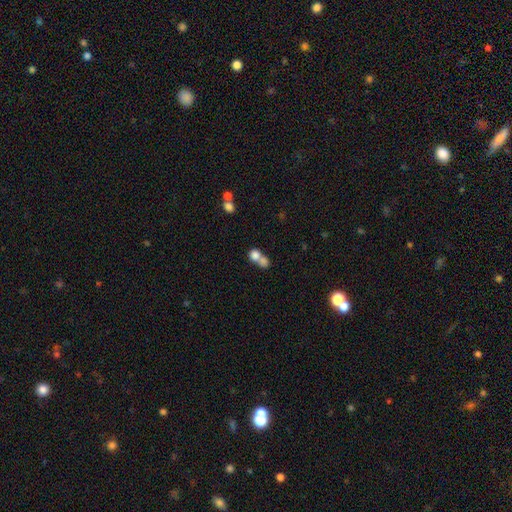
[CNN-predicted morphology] smooth 78%, featured or disk 12%, star or artifact 10%. Down the decision tree: how rounded — round (69%); merging — merger (64%).